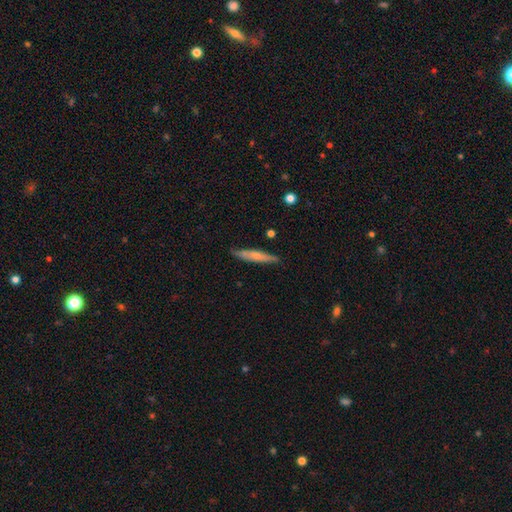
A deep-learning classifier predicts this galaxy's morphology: Q: Smooth or featured?
A: smooth (58%); runner-up: featured or disk (37%)
Q: How rounded?
A: cigar-shaped (92%); runner-up: in between (6%)
Q: Merging?
A: none (86%); runner-up: minor disturbance (11%)